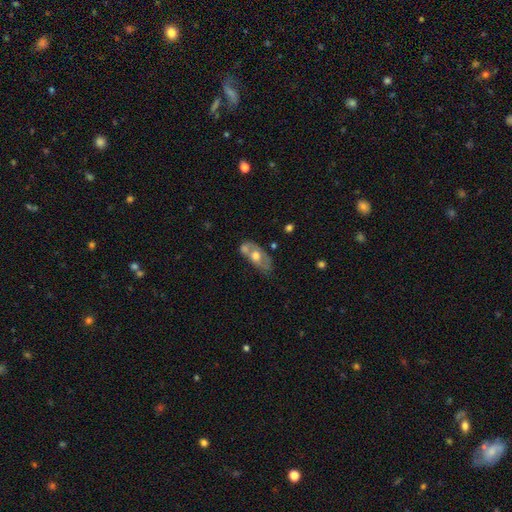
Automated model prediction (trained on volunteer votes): Smooth or featured? Predicted: smooth (p=0.48). Merging? Predicted: merger (p=0.37).